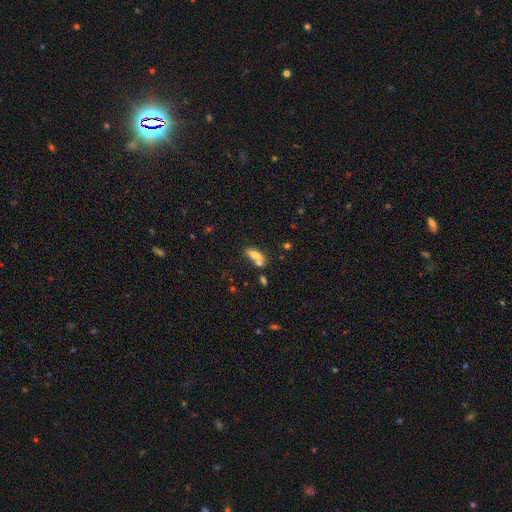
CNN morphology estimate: smooth 66%, featured or disk 24%, star or artifact 10%. Down the decision tree: how rounded — in between (75%); merging — none (40%, tied with merger).